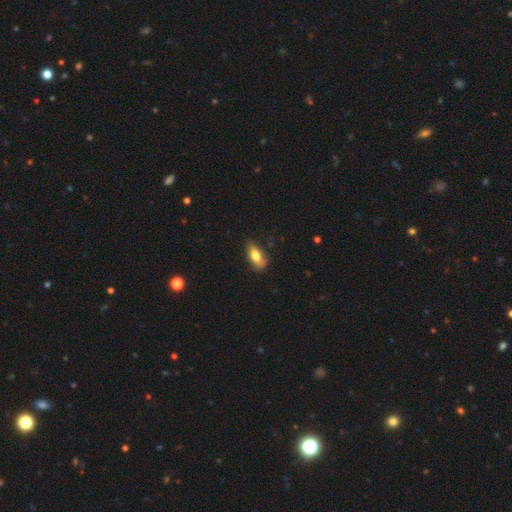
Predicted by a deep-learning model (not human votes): smooth 76%, featured or disk 16%, star or artifact 7%. Down the decision tree: how rounded — in between (86%); merging — none (61%).